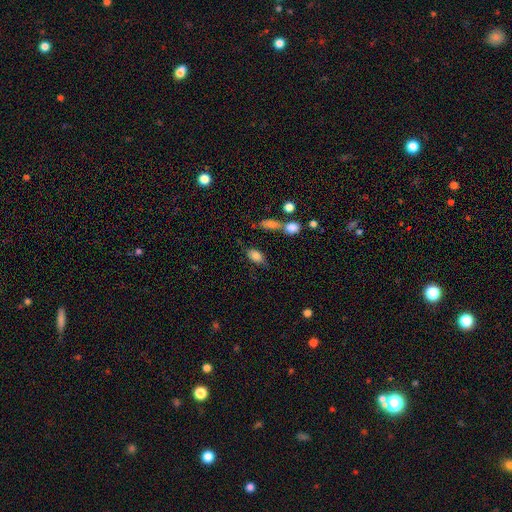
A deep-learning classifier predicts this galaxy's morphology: Smooth or featured: smooth — 82% (star or artifact — 9%)
How rounded: in between — 88% (round — 8%)
Merging: none — 62% (minor disturbance — 18%)